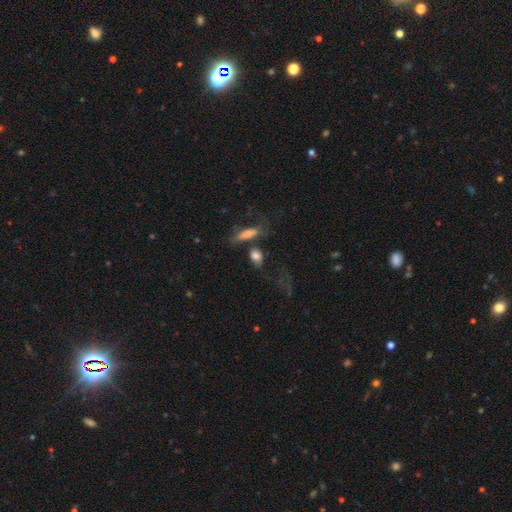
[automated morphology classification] This appears to be a smooth galaxy with no disk features (76%) that is in between round and cigar-shaped (69%). Merging: none (45%).